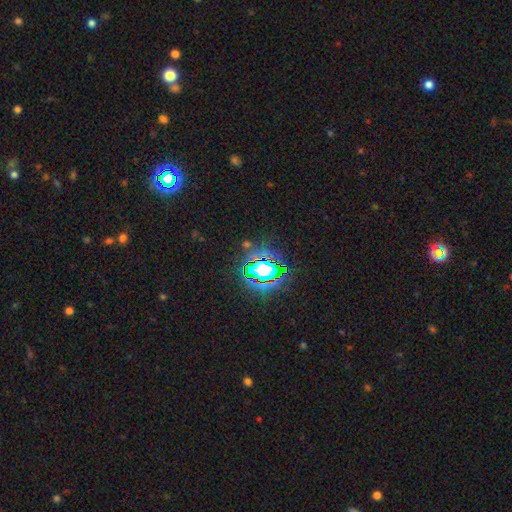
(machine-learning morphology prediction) Smooth or featured: star or artifact — 81% (smooth — 12%)